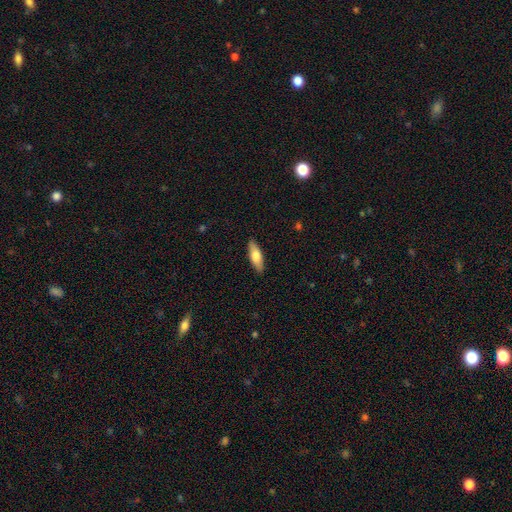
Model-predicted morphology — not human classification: type=smooth (69%); roundness=in between (58%); merging=none (89%).